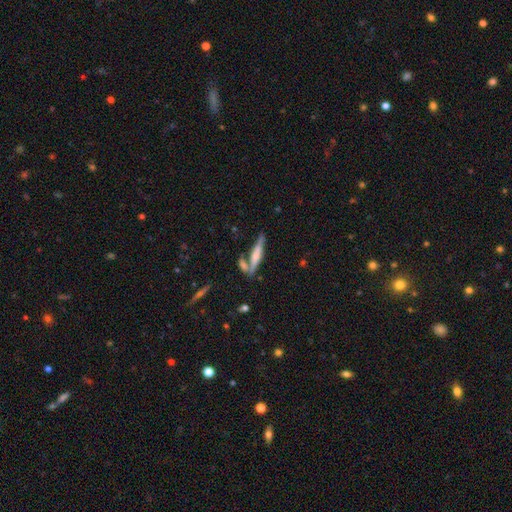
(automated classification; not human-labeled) This is possibly a smooth galaxy (48%). Merging: possibly none (59%).